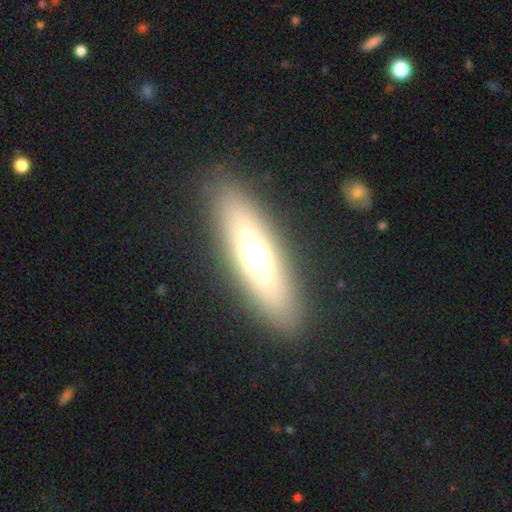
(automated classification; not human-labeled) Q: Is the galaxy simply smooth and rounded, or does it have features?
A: smooth — 50%.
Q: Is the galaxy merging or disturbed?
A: none — 87%.